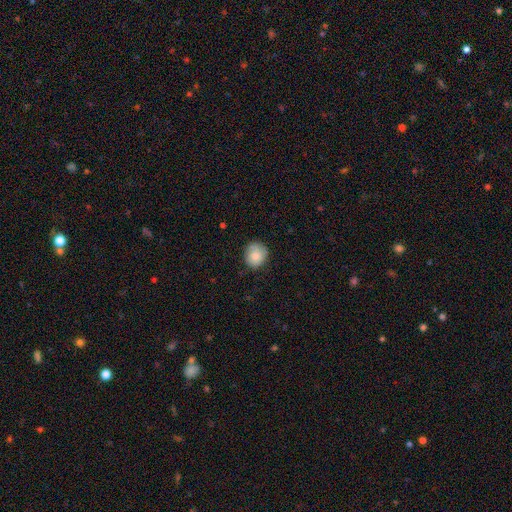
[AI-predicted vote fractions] This is clearly a smooth galaxy (81%). How rounded: likely round (78%). Merging: likely none (76%).